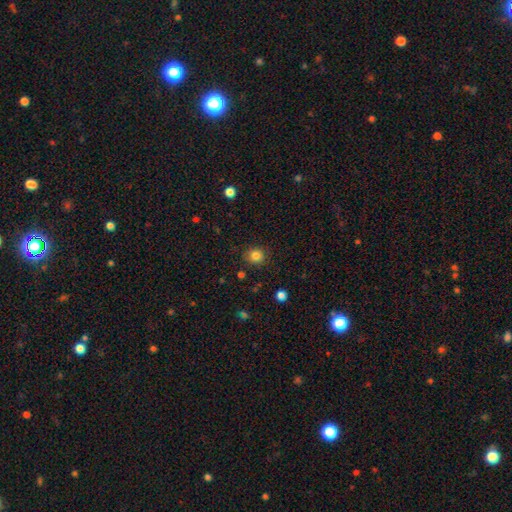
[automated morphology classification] The model was most divided on "smooth or featured": smooth: 83%, star or artifact: 12%, featured or disk: 5%. More confident: merging — none (87%); how rounded — round (86%).